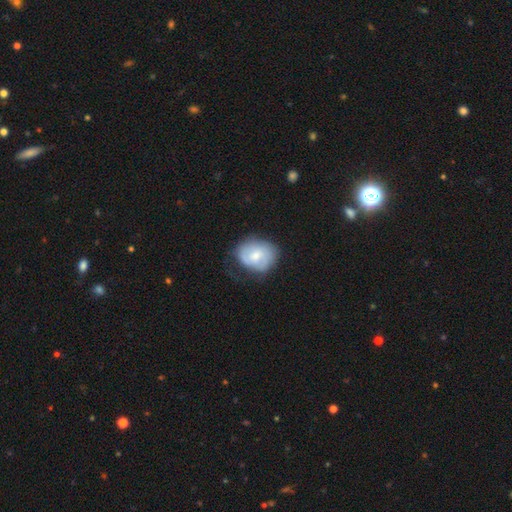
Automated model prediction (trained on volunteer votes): Smooth or featured? Predicted: smooth (p=0.55). How rounded? Predicted: round (p=0.53). Merging? Predicted: none (p=0.57).